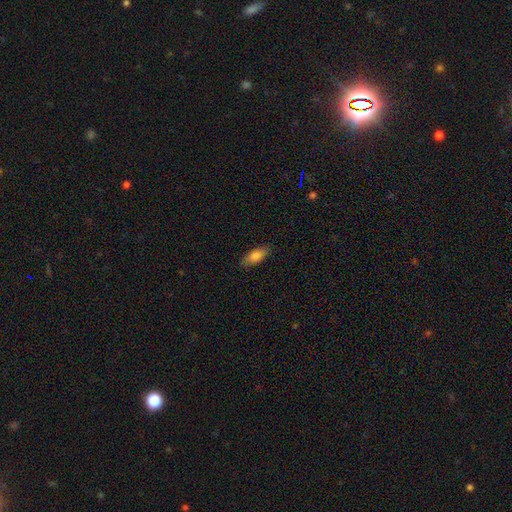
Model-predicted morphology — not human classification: This is clearly a smooth galaxy (80%). How rounded: likely in between (79%). Merging: clearly none (85%).